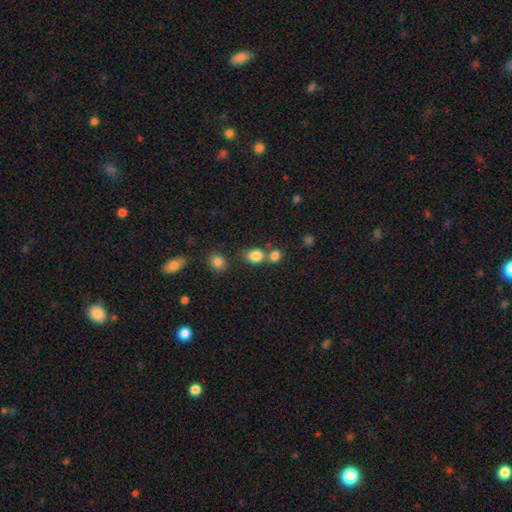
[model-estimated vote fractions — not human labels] Smooth or featured?
  - smooth: 83% *
  - star or artifact: 11%
  - featured or disk: 6%
How rounded?
  - round: 52% *
  - in between: 47%
  - cigar-shaped: 1%
Merging?
  - none: 52% *
  - merger: 34%
  - minor disturbance: 10%
  - major disturbance: 4%